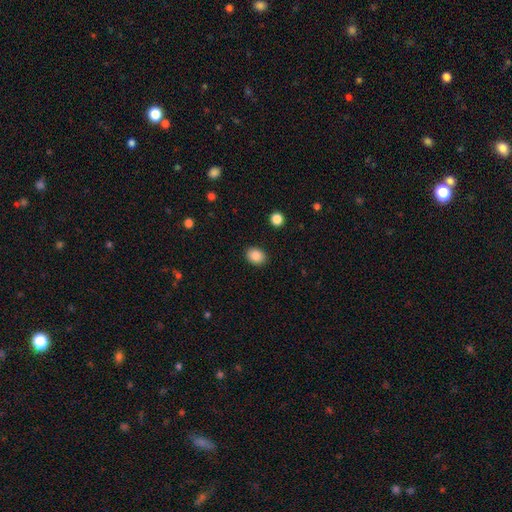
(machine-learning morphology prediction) A smooth galaxy with no disk features (88%) that is in between round and cigar-shaped (53%).

Vote fractions:
- Smooth or featured? smooth: 88% / star or artifact: 9% / featured or disk: 4%
- How rounded? in between: 53% / round: 47% / cigar-shaped: 1%
- Merging? none: 89% / minor disturbance: 8% / major disturbance: 2% / merger: 1%